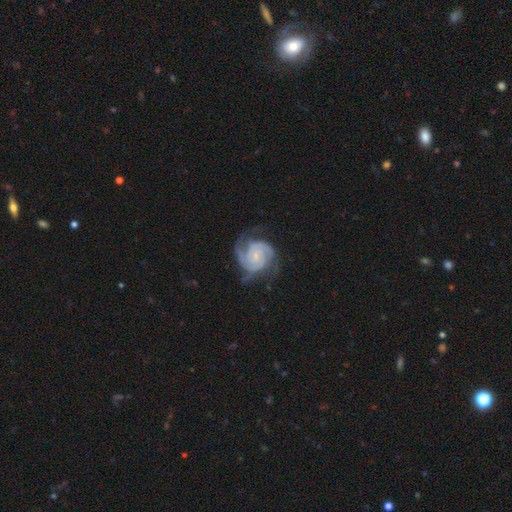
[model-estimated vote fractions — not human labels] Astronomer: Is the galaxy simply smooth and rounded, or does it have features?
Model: featured or disk — 88%.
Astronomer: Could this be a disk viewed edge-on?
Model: no — 98%.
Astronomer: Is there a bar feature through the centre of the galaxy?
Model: no — 65%.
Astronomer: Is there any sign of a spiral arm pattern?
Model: yes — 98%.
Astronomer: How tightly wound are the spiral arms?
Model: tight — 59% (runner-up: medium, 34%).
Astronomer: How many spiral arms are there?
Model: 2 — 45% (runner-up: 3, 28%).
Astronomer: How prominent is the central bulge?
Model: small — 70%.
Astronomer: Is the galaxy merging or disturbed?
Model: none — 66%.